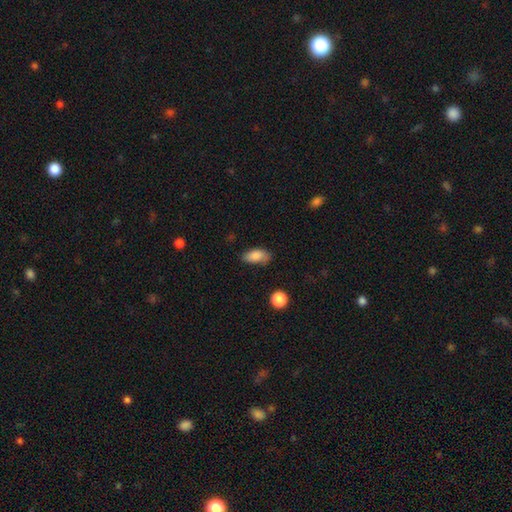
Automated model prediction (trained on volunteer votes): A smooth galaxy with no disk features (84%) that is in between round and cigar-shaped (91%).

Vote fractions:
- Smooth or featured? smooth: 84% / featured or disk: 8% / star or artifact: 8%
- How rounded? in between: 91% / cigar-shaped: 5% / round: 4%
- Merging? none: 65% / minor disturbance: 27% / major disturbance: 6% / merger: 2%